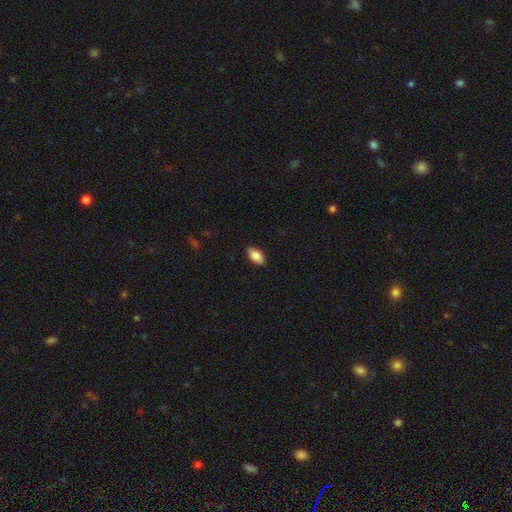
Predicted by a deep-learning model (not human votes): Smooth or featured? smooth (86%)
How rounded? in between (93%)
Merging? none (87%)